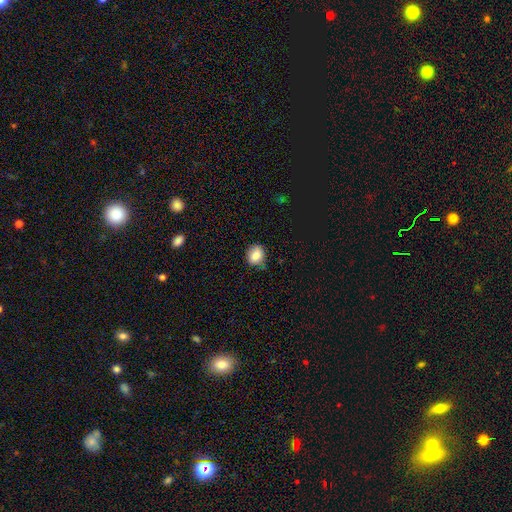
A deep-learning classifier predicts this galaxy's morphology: A smooth galaxy with no disk features (80%) that is round (69%). Merging: none (76%).